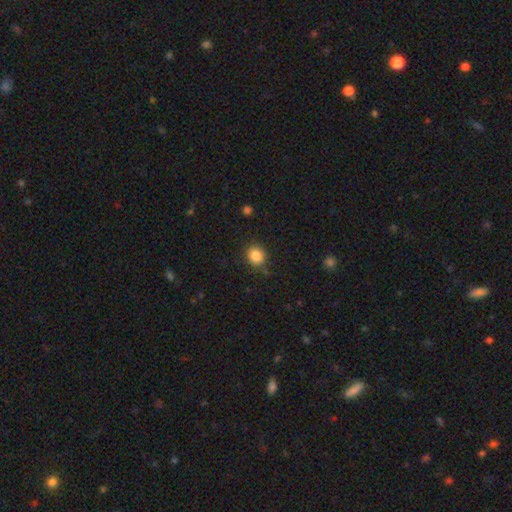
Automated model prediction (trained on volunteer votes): This appears to be a smooth galaxy with no disk features (85%) that is round (79%). Merging: none (83%).